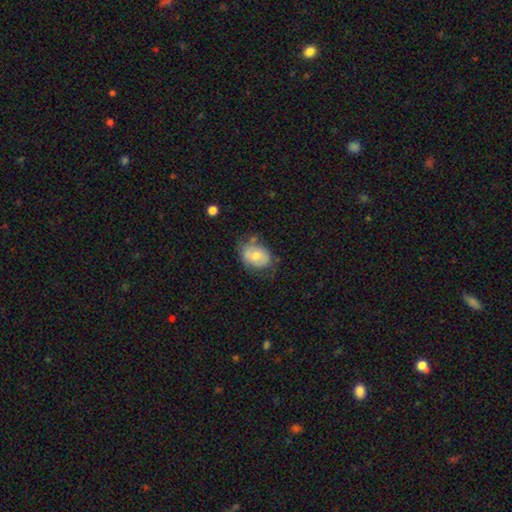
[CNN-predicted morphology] This is likely a smooth galaxy (62%). How rounded: likely in between (66%). Merging: possibly none (58%).